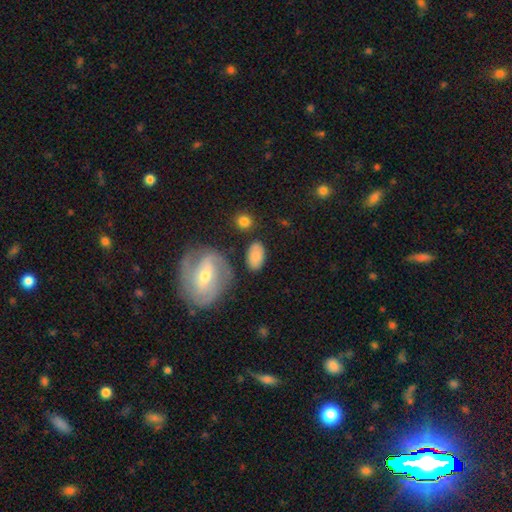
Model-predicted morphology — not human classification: smooth-or-featured: smooth: 75% | featured or disk: 18% | star or artifact: 7%
  how-rounded: in between: 91% | round: 7% | cigar-shaped: 2%
  merging: none: 73% | minor disturbance: 16% | major disturbance: 6% | merger: 5%